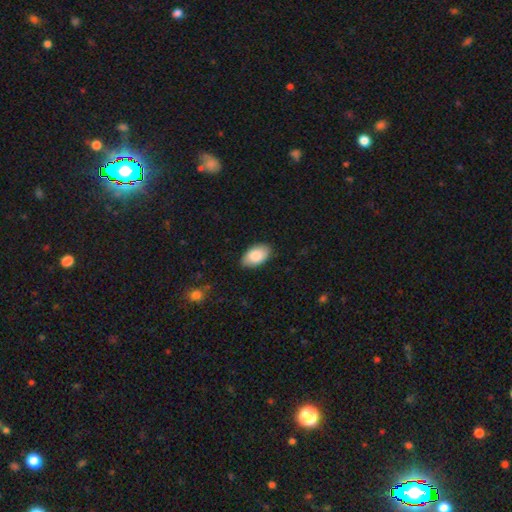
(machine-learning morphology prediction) A smooth galaxy with no disk features (85%) that is in between round and cigar-shaped (94%).

Vote fractions:
- Smooth or featured? smooth: 85% / featured or disk: 9% / star or artifact: 6%
- How rounded? in between: 94% / round: 5% / cigar-shaped: 1%
- Merging? none: 84% / minor disturbance: 13% / major disturbance: 2% / merger: 1%